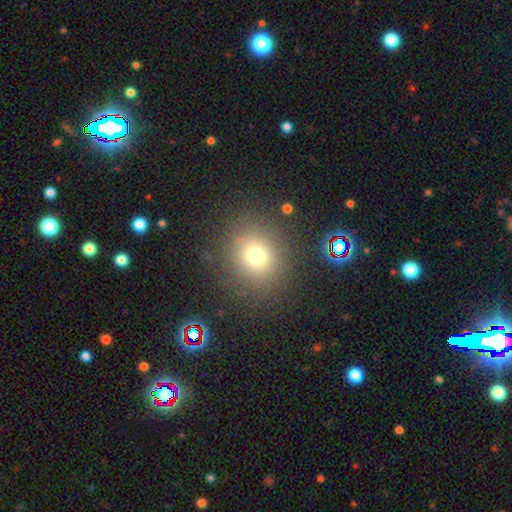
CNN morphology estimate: Smooth or featured? Predicted: smooth (p=0.73). How rounded? Predicted: round (p=0.82). Merging? Predicted: none (p=0.86).